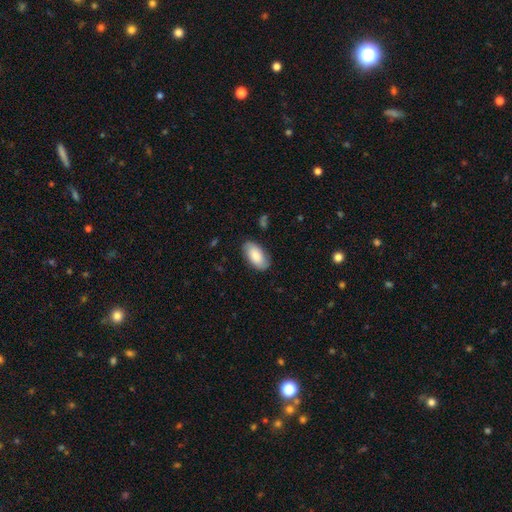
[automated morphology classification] type=smooth (82%); roundness=in between (95%); merging=none (84%).